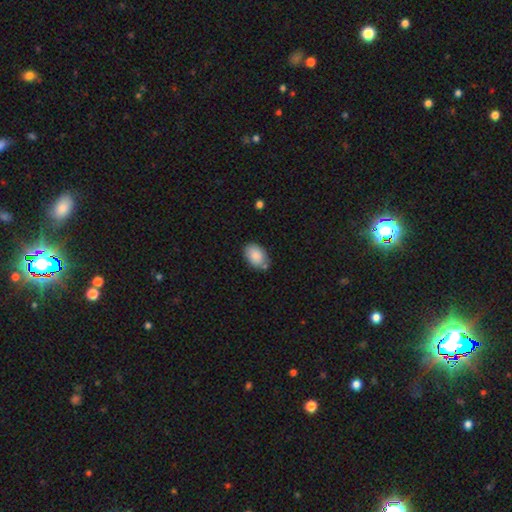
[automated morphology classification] Smooth or featured?
  - smooth: 88% *
  - star or artifact: 7%
  - featured or disk: 5%
How rounded?
  - in between: 87% *
  - round: 12%
  - cigar-shaped: 1%
Merging?
  - none: 72% *
  - minor disturbance: 18%
  - merger: 6%
  - major disturbance: 4%